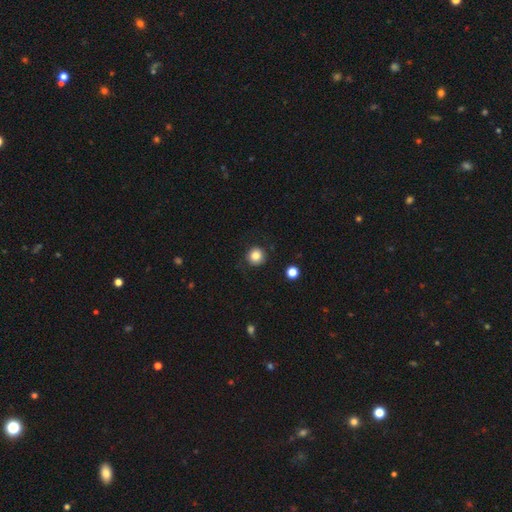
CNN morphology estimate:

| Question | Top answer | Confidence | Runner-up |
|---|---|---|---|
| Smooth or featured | smooth | 84% | star or artifact (10%) |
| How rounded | round | 94% | in between (5%) |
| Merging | none | 85% | minor disturbance (10%) |